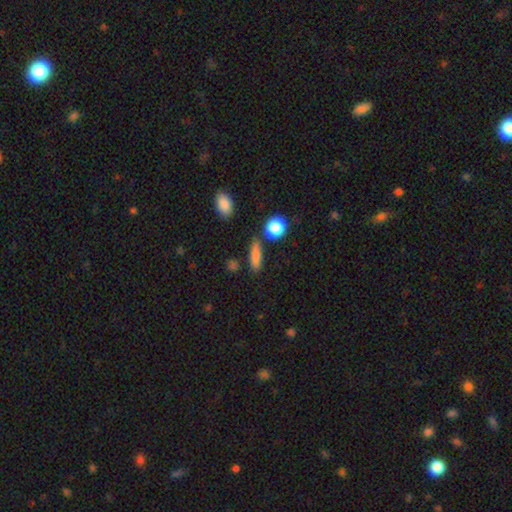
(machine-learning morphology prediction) Smooth or featured: smooth — 83% (star or artifact — 9%)
How rounded: cigar-shaped — 54% (in between — 35%)
Merging: none — 80% (minor disturbance — 12%)